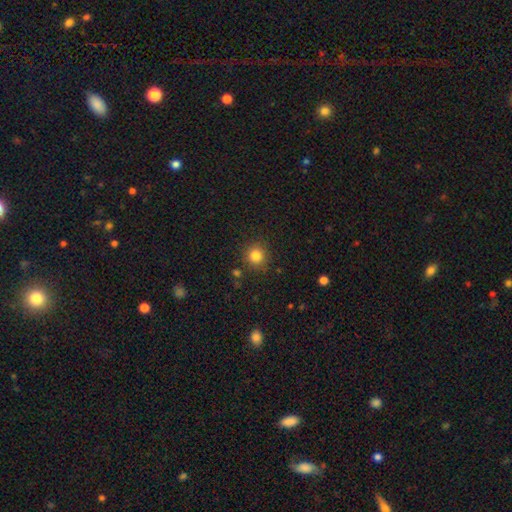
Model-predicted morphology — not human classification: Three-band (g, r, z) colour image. It shows a smooth galaxy with no disk features (83%) that is round (93%). Merging: none (87%).